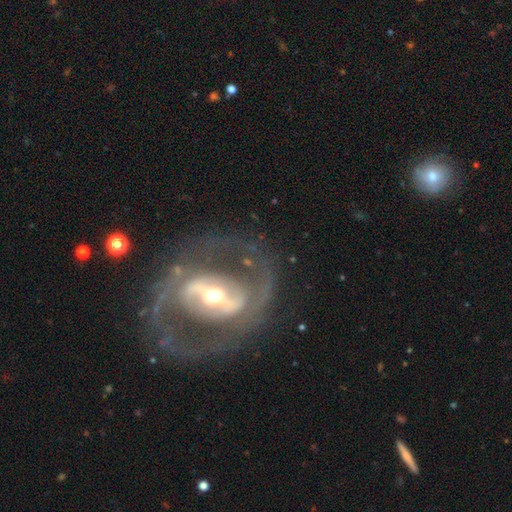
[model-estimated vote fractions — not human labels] Smooth or featured: featured or disk — 86% (smooth — 8%)
Edge-on disk: no — 96% (yes — 4%)
Bar: strong — 47% (weak — 33%)
Spiral arms: yes — 81% (no — 19%)
Spiral winding: medium — 48% (tight — 35%)
Spiral arm count: 2 — 81% (can't tell — 9%)
Bulge size: moderate — 53% (small — 35%)
Merging: none — 74% (minor disturbance — 12%)